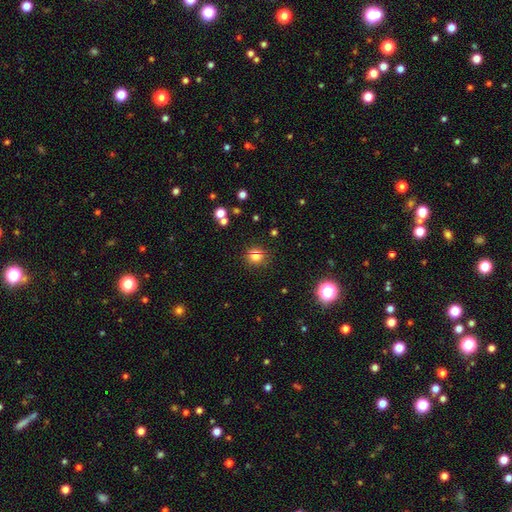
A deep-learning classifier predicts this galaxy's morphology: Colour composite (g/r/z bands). It shows a smooth galaxy with no disk features (72%) that is round (85%). Merging: none (79%).